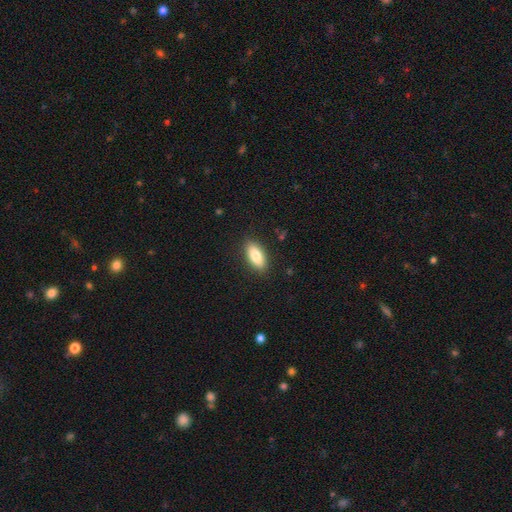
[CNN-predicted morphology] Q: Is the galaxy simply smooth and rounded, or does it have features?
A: smooth — 83%.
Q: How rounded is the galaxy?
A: in between — 85%.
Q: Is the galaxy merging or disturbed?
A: none — 87%.